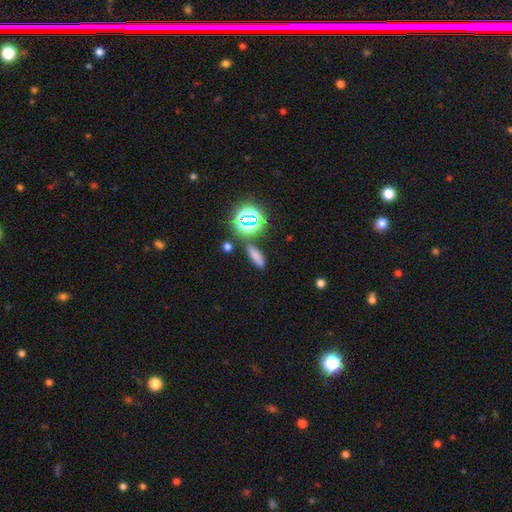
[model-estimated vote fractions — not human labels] Morphology: type=smooth (66%); roundness=cigar-shaped (48%); merging=none (77%).